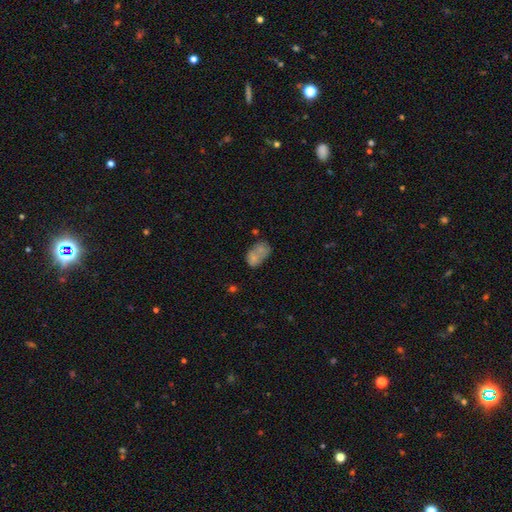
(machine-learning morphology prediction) This is likely a smooth galaxy (67%). How rounded: clearly in between (80%). Merging: marginally merger (41%).